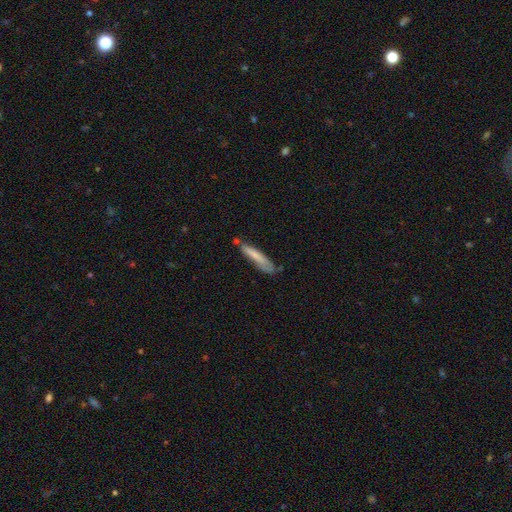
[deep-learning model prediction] smooth_or_featured: smooth (p=0.71) [alt: featured or disk p=0.22]
how_rounded: cigar-shaped (p=0.89) [alt: in between p=0.10]
merging: none (p=0.59) [alt: minor disturbance p=0.26]